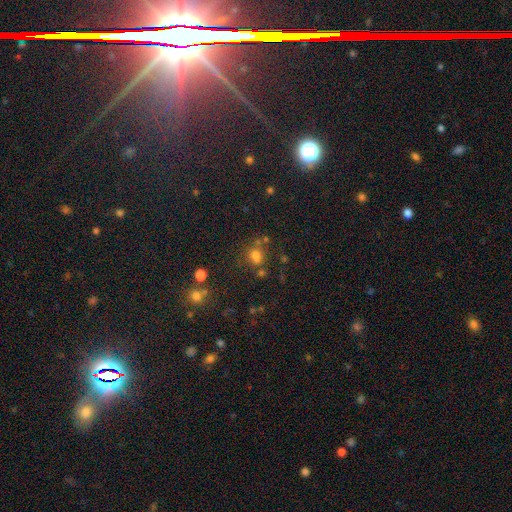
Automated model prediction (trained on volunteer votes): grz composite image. It shows a smooth galaxy with no disk features (68%) that is round (52%). Merging: none (60%).